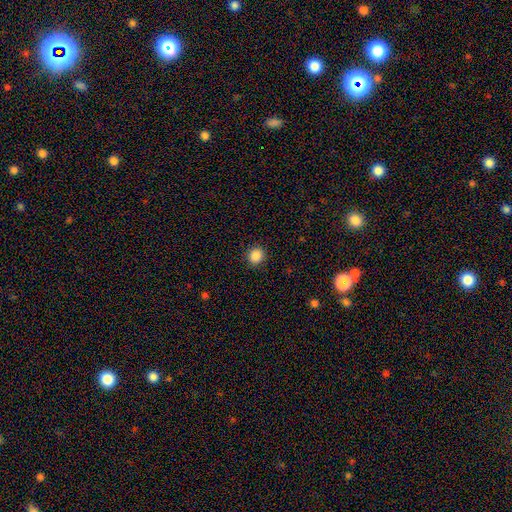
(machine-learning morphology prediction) type=smooth (87%); roundness=round (92%); merging=none (92%).